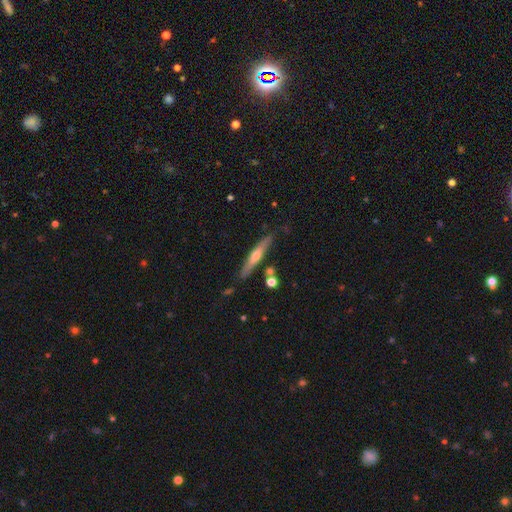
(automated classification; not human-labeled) This appears to be a featured or disk galaxy (60%) viewed edge-on (95%) with a rounded central bulge (81%). Merging: none (82%).